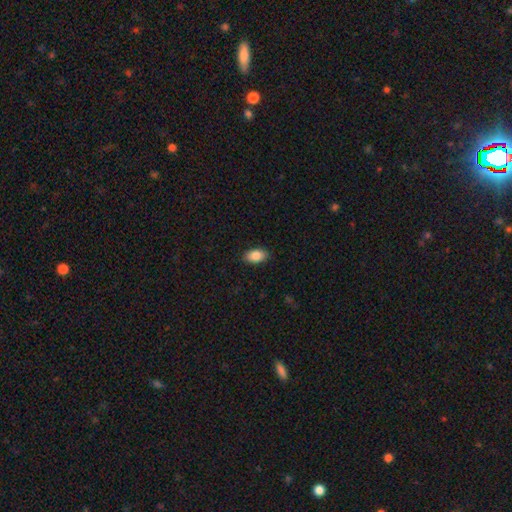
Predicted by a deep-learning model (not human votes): Overall: smooth (87%). How rounded: in between (93%). Merging: none (89%).